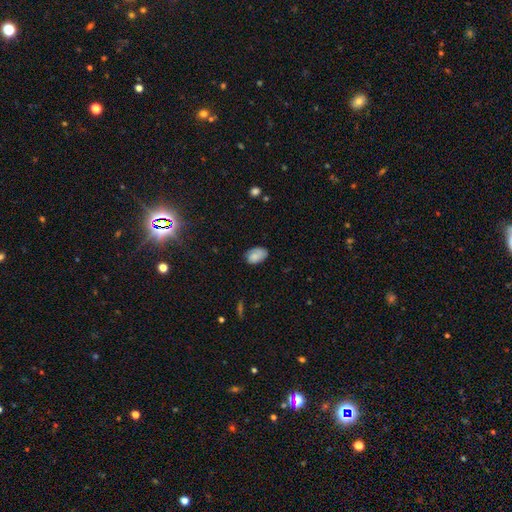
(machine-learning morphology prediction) Smooth or featured? Predicted: smooth (p=0.81). How rounded? Predicted: in between (p=0.89). Merging? Predicted: none (p=0.69).